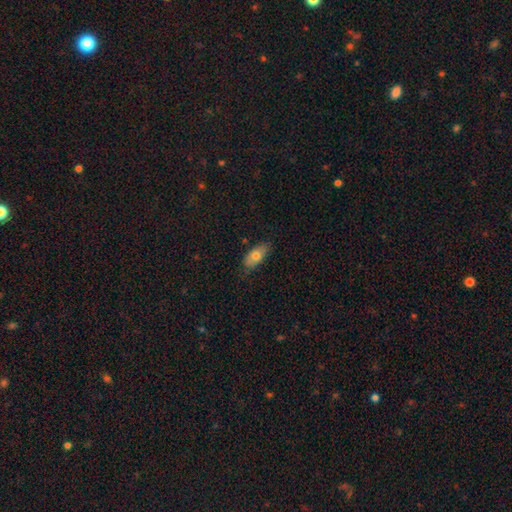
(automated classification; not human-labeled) Smooth or featured? Predicted: smooth (p=0.72). How rounded? Predicted: in between (p=0.87). Merging? Predicted: none (p=0.76).